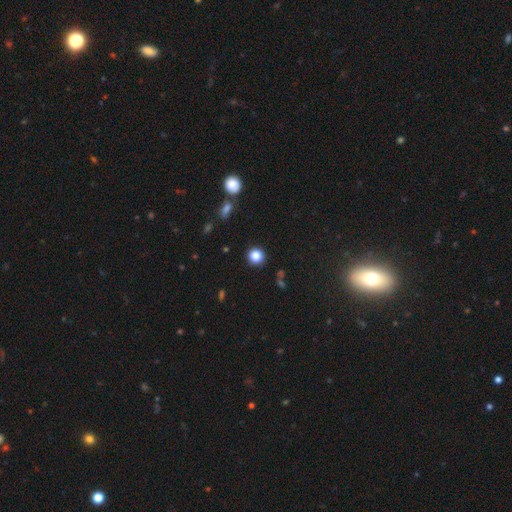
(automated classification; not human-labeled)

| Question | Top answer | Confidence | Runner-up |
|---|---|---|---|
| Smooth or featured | smooth | 84% | star or artifact (12%) |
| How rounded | round | 93% | in between (6%) |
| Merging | none | 90% | minor disturbance (6%) |